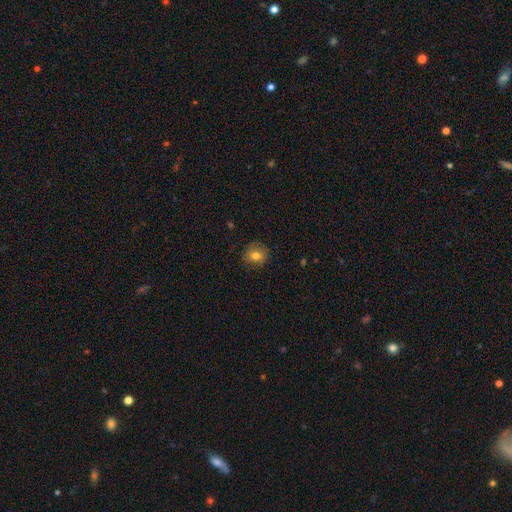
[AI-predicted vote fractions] A smooth galaxy with no disk features (76%) that is round (82%).

Vote fractions:
- Smooth or featured? smooth: 76% / featured or disk: 14% / star or artifact: 11%
- How rounded? round: 82% / in between: 17% / cigar-shaped: 1%
- Merging? none: 82% / minor disturbance: 14% / major disturbance: 3% / merger: 1%